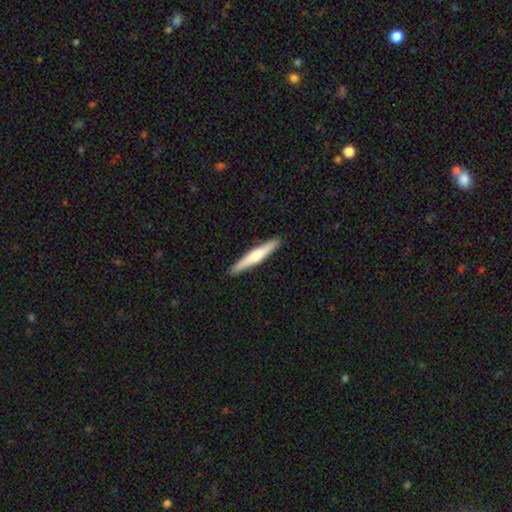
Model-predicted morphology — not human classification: Smooth or featured?
  - smooth: 52% *
  - featured or disk: 43%
  - star or artifact: 5%
How rounded?
  - cigar-shaped: 93% *
  - in between: 6%
  - round: 1%
Merging?
  - none: 91% *
  - minor disturbance: 7%
  - major disturbance: 1%
  - merger: 1%